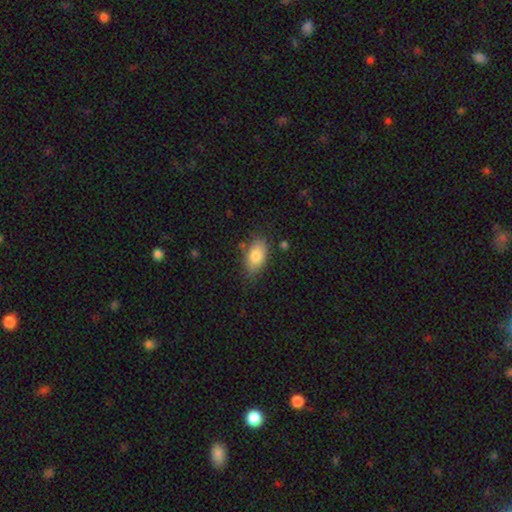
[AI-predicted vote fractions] Overall: smooth (82%). How rounded: in between (91%). Merging: none (73%).